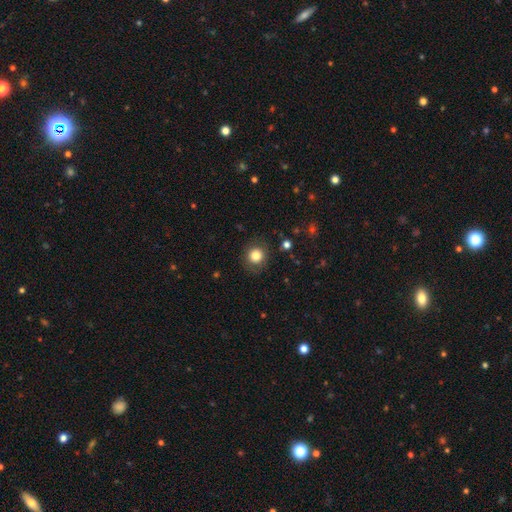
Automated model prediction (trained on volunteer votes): This appears to be a smooth galaxy with no disk features (82%) that is round (90%). Merging: none (85%).